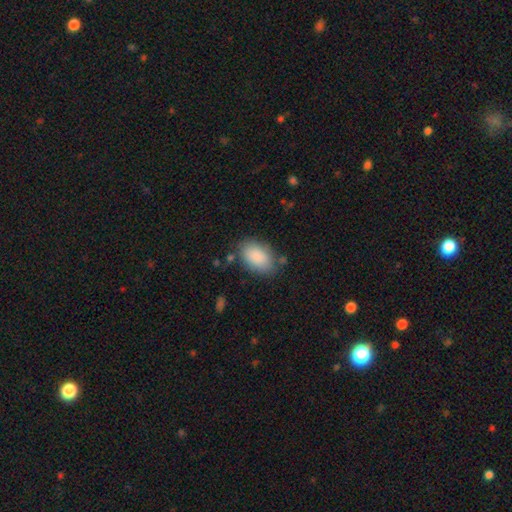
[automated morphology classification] Smooth or featured?
  - smooth: 86% *
  - star or artifact: 8%
  - featured or disk: 6%
How rounded?
  - in between: 90% *
  - round: 9%
  - cigar-shaped: 1%
Merging?
  - none: 80% *
  - minor disturbance: 14%
  - major disturbance: 3%
  - merger: 3%